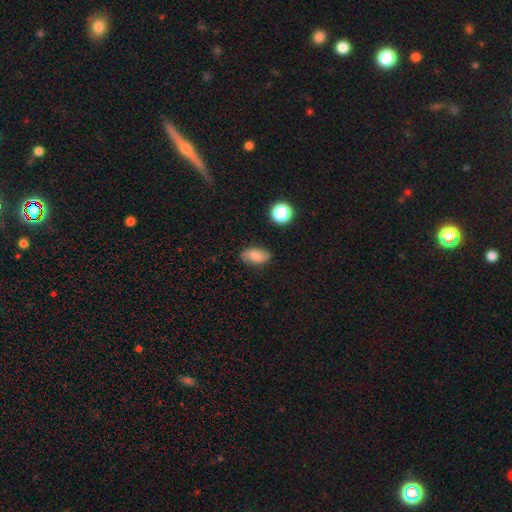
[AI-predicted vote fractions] This is likely a smooth galaxy (71%). How rounded: clearly in between (89%). Merging: clearly none (80%).